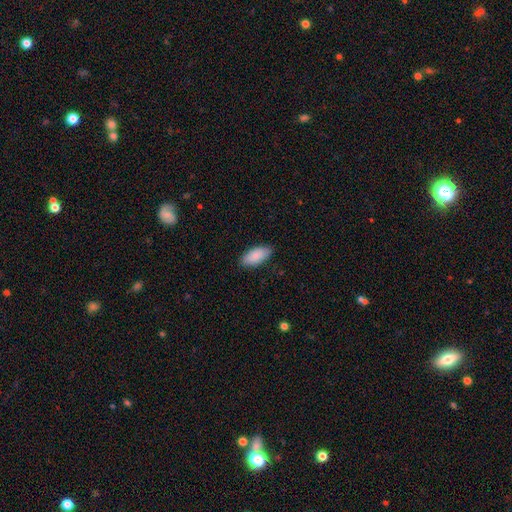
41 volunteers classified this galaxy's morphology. Smooth or featured? 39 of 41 (95%) said smooth. How rounded? 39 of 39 (100%) said in between. Merging? 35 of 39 (90%) said none.